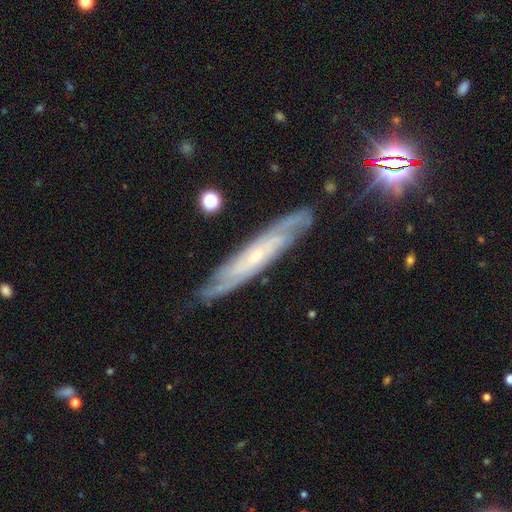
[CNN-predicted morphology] This is clearly a featured or disk galaxy (80%). It is likely not viewed edge-on (62%). Merging: clearly none (81%).